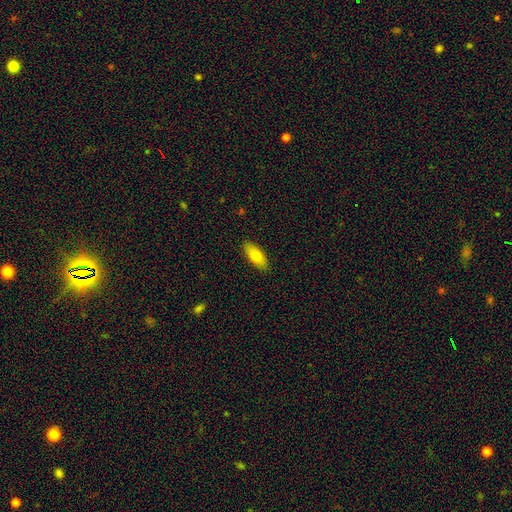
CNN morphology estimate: Overall: smooth (75%). How rounded: in between (79%). Merging: none (89%).